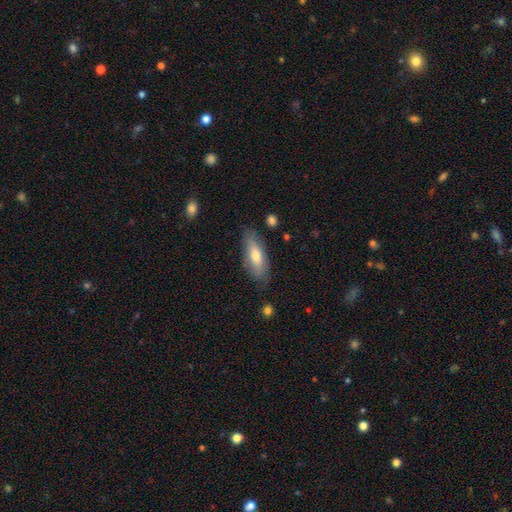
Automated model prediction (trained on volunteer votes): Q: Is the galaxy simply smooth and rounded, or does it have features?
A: smooth — 68%.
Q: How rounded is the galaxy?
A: in between — 68%.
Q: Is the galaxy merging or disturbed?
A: none — 79%.